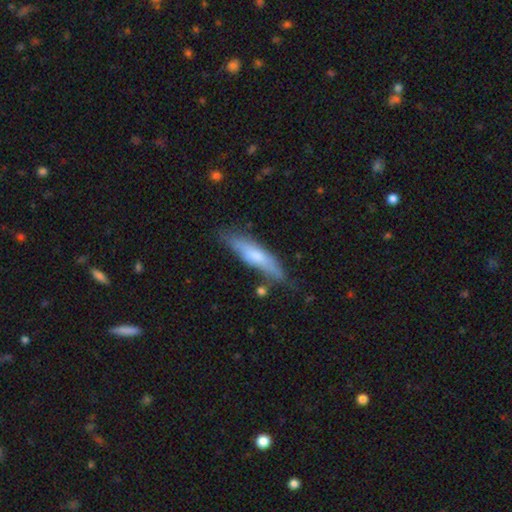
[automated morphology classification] A smooth galaxy with no disk features (59%) that is cigar-shaped (80%). Merging: none (73%).